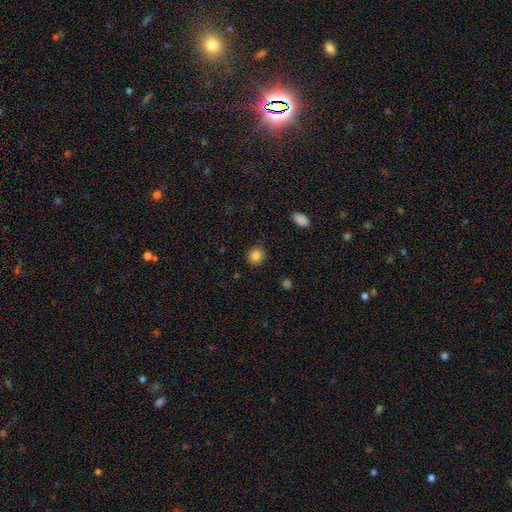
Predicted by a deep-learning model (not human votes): The model was most divided on "how rounded": round: 84%, in between: 15%, cigar-shaped: 1%. More confident: merging — none (87%); smooth or featured — smooth (84%).